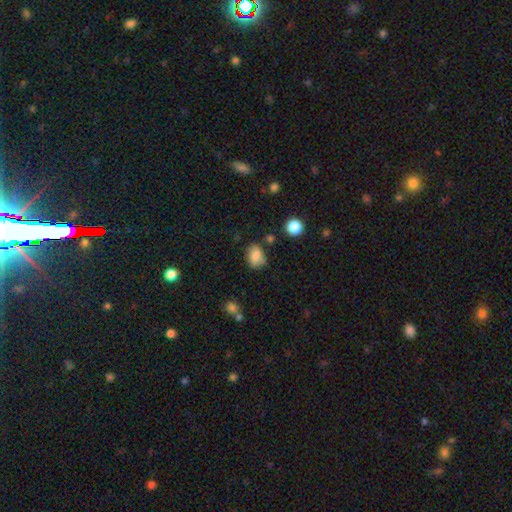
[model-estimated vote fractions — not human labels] Smooth or featured: smooth — 78% (featured or disk — 11%)
How rounded: in between — 68% (round — 31%)
Merging: none — 64% (minor disturbance — 24%)